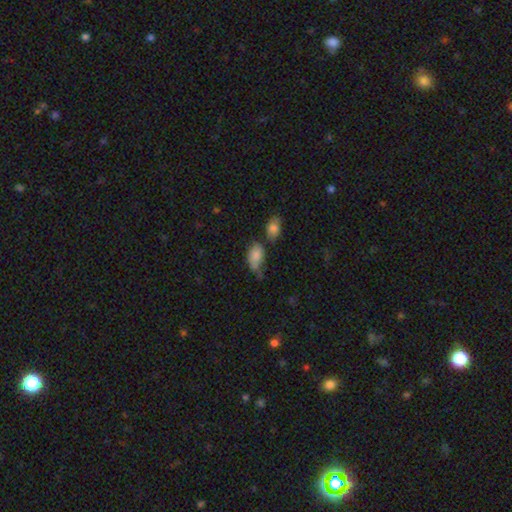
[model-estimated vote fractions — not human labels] smooth 83%, featured or disk 9%, star or artifact 8%. Down the decision tree: how rounded — in between (91%); merging — none (41%).